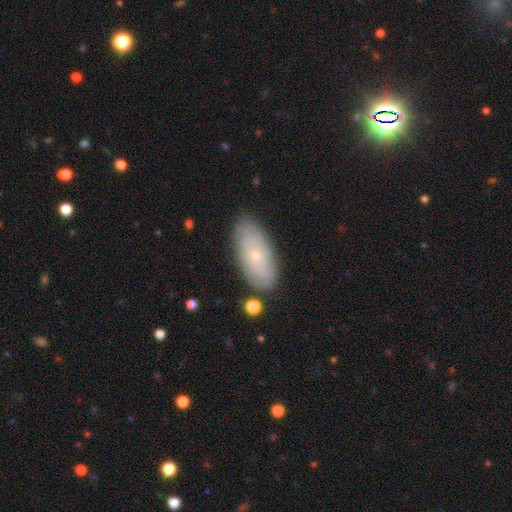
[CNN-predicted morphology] This is possibly a smooth galaxy (50%). How rounded: clearly in between (90%). Merging: clearly none (82%).